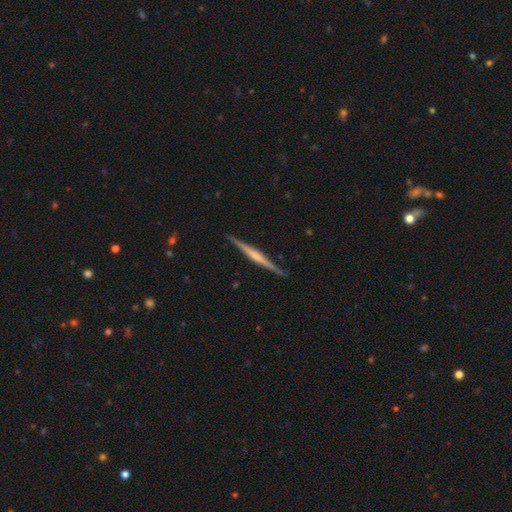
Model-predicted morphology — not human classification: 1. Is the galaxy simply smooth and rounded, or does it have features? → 74% featured or disk, 21% smooth, 5% star or artifact.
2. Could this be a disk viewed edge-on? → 98% yes, 2% no.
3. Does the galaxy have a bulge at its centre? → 40% rounded, 37% none, 23% boxy.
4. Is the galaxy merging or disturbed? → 90% none, 7% minor disturbance, 1% major disturbance, 1% merger.